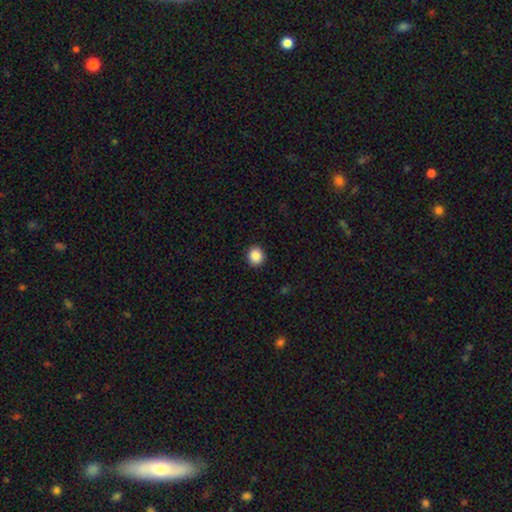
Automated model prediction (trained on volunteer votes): This appears to be a smooth galaxy with no disk features (88%) that is round (82%). Merging: none (92%).